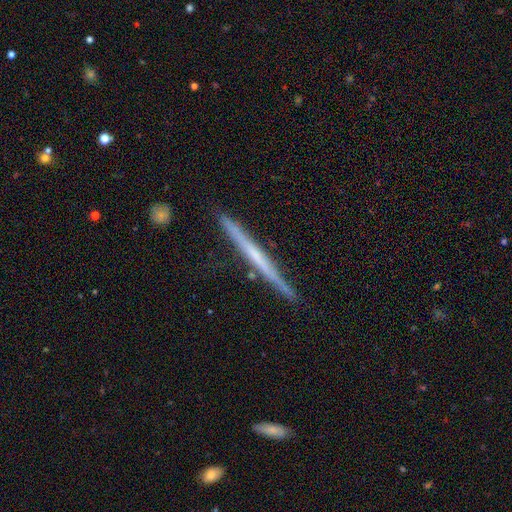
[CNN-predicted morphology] type=featured or disk (64%); edge-on=yes (98%); edge-on bulge=none (74%); merging=none (88%).